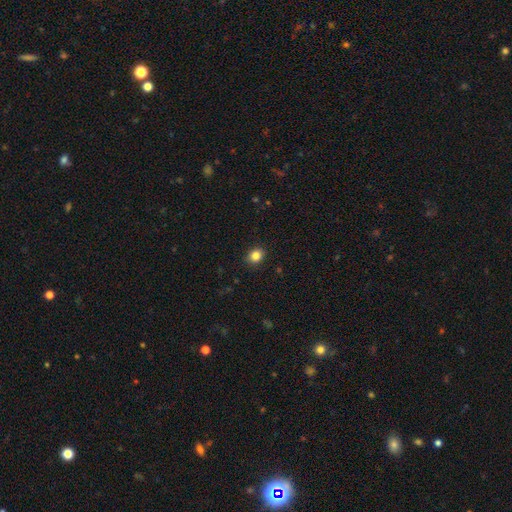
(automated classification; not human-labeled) Morphology: type=smooth (85%); roundness=round (59%); merging=none (90%).